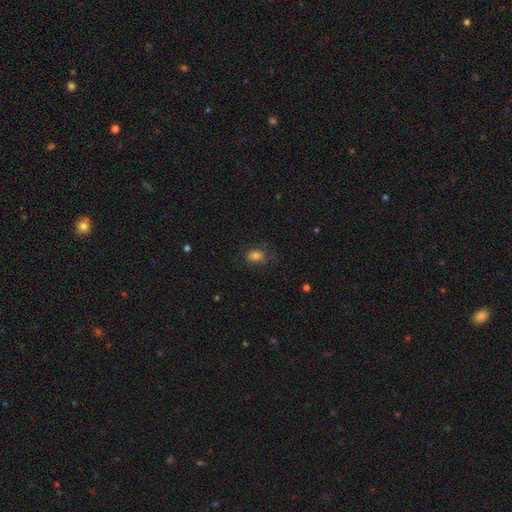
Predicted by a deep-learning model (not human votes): Smooth or featured?
  - smooth: 78% *
  - star or artifact: 13%
  - featured or disk: 9%
How rounded?
  - in between: 71% *
  - round: 28%
  - cigar-shaped: 2%
Merging?
  - none: 69% *
  - minor disturbance: 21%
  - major disturbance: 10%
  - merger: 1%